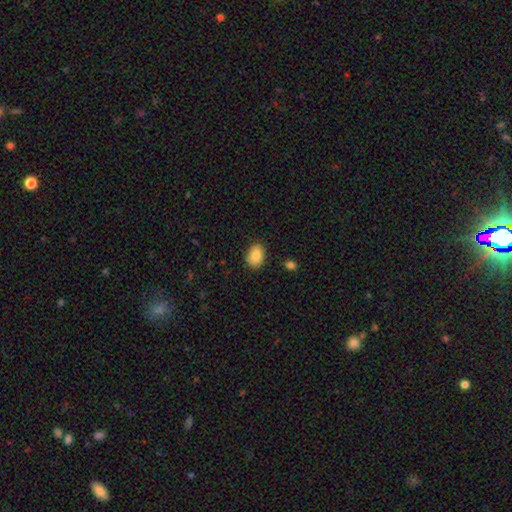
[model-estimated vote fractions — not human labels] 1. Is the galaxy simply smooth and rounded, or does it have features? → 88% smooth, 7% star or artifact, 5% featured or disk.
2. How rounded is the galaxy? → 78% in between, 21% round, 1% cigar-shaped.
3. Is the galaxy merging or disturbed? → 84% none, 12% minor disturbance, 3% major disturbance, 2% merger.